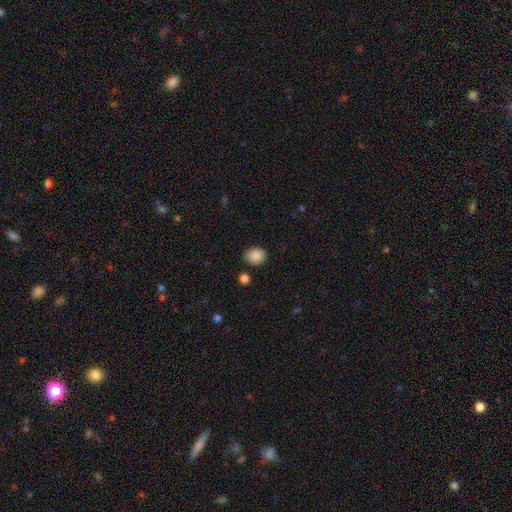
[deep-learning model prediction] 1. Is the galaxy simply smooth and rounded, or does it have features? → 88% smooth, 9% star or artifact, 3% featured or disk.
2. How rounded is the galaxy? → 50% round, 49% in between, 1% cigar-shaped.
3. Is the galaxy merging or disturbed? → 79% none, 15% minor disturbance, 3% major disturbance, 3% merger.